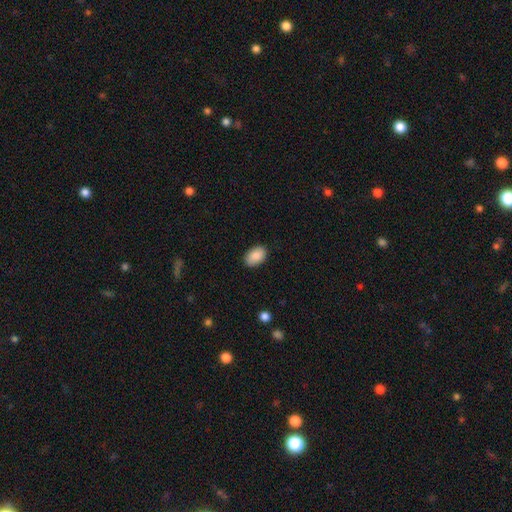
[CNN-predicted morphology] A smooth galaxy with no disk features (89%) that is in between round and cigar-shaped (87%).

Vote fractions:
- Smooth or featured? smooth: 89% / star or artifact: 7% / featured or disk: 4%
- How rounded? in between: 87% / round: 12% / cigar-shaped: 1%
- Merging? none: 87% / minor disturbance: 10% / major disturbance: 2% / merger: 1%